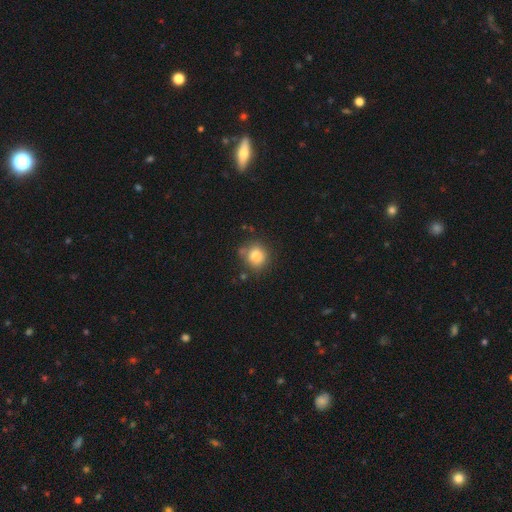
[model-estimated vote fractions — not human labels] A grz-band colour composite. It shows a smooth galaxy with no disk features (81%) that is round (85%). Merging: none (73%).